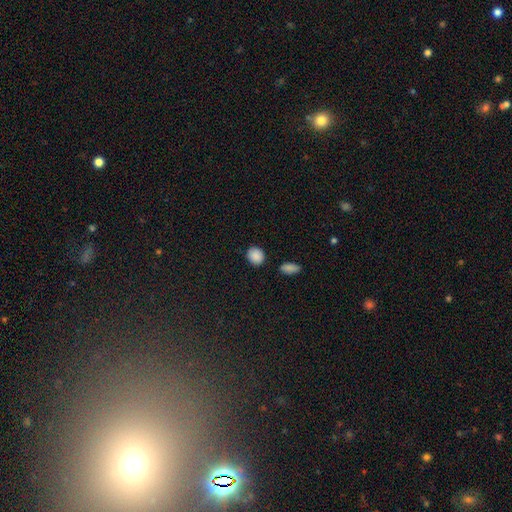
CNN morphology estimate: smooth 88%, star or artifact 8%, featured or disk 3%. Down the decision tree: how rounded — round (71%); merging — none (85%).